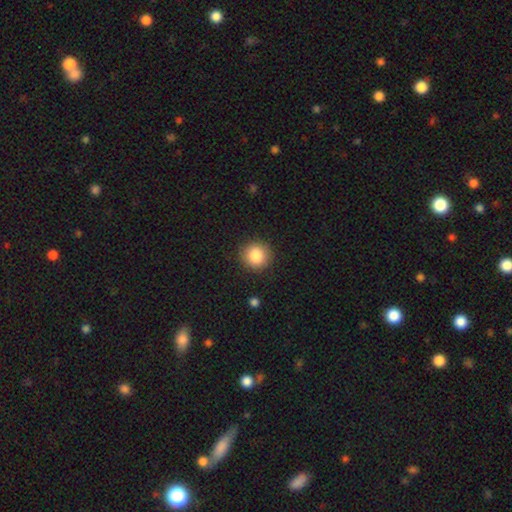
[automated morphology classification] type=smooth (85%); roundness=round (91%); merging=none (90%).